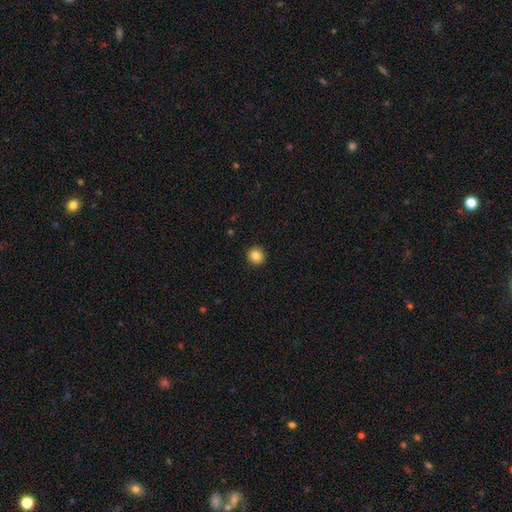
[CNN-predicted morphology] A smooth galaxy with no disk features (85%) that is round (91%).

Vote fractions:
- Smooth or featured? smooth: 85% / star or artifact: 10% / featured or disk: 5%
- How rounded? round: 91% / in between: 8% / cigar-shaped: 1%
- Merging? none: 92% / minor disturbance: 5% / major disturbance: 2% / merger: 1%